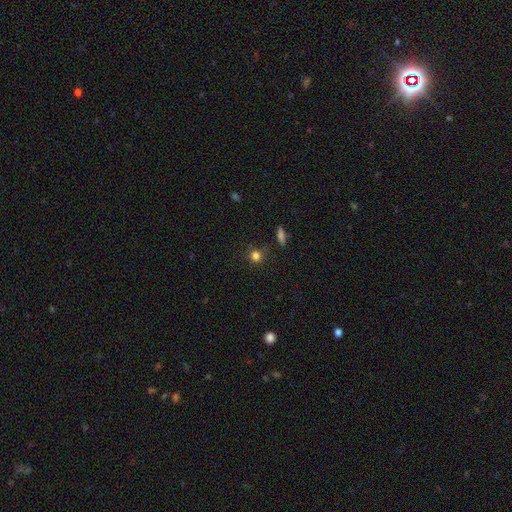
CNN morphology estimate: Smooth or featured? smooth (78%)
How rounded? round (88%)
Merging? none (79%)